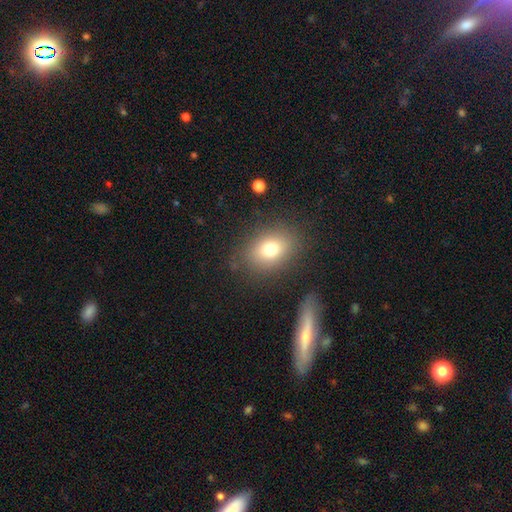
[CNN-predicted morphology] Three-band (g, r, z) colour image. It shows a smooth galaxy with no disk features (63%) that is in between round and cigar-shaped (57%). Merging: none (83%).